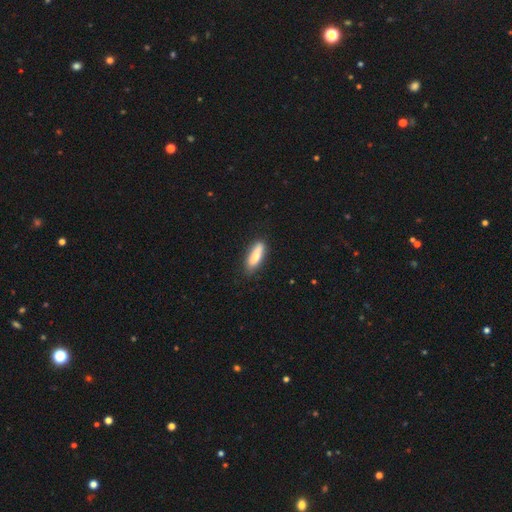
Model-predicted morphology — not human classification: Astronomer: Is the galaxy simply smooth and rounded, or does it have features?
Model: smooth — 81%.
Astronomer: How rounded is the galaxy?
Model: cigar-shaped — 56% (runner-up: in between, 43%).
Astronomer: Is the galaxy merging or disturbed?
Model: none — 79%.